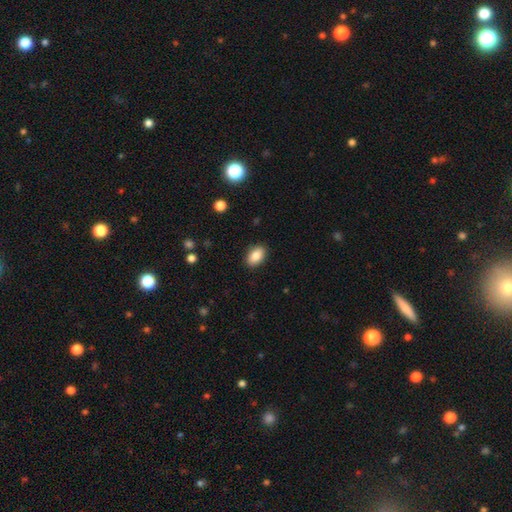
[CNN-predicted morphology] smooth_or_featured: smooth (p=0.86) [alt: star or artifact p=0.07]
how_rounded: in between (p=0.90) [alt: round p=0.08]
merging: none (p=0.89) [alt: minor disturbance p=0.08]